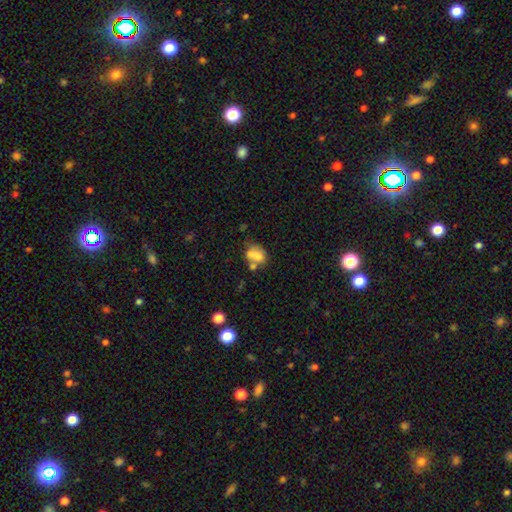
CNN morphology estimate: smooth 64%, featured or disk 25%, star or artifact 11%. Down the decision tree: how rounded — in between (60%); merging — merger (46%).